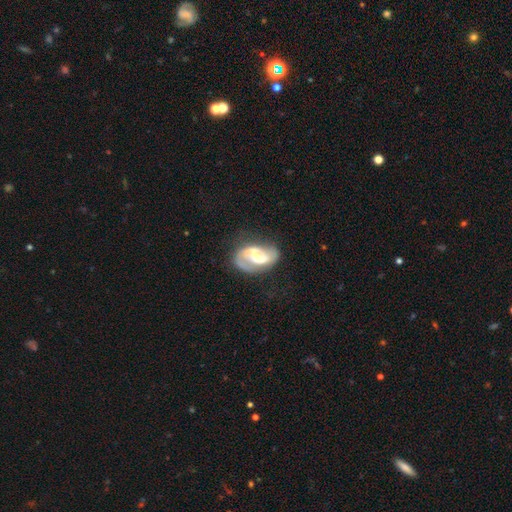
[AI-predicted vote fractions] Smooth or featured? featured or disk (78%)
Edge-on disk? no (97%)
Bar? no (43%)
Spiral arms? yes (88%)
Spiral winding? medium (47%)
Spiral arm count? 2 (78%)
Bulge size? moderate (49%)
Merging? none (57%)